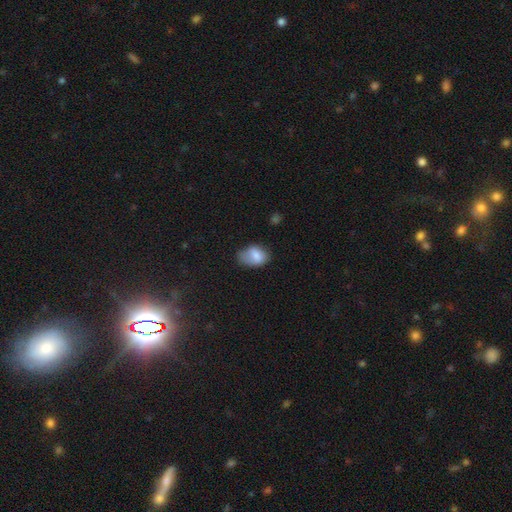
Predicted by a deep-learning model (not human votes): A smooth galaxy with no disk features (79%) that is in between round and cigar-shaped (81%).

Vote fractions:
- Smooth or featured? smooth: 79% / featured or disk: 13% / star or artifact: 8%
- How rounded? in between: 81% / round: 18% / cigar-shaped: 1%
- Merging? none: 46% / minor disturbance: 38% / major disturbance: 14% / merger: 3%